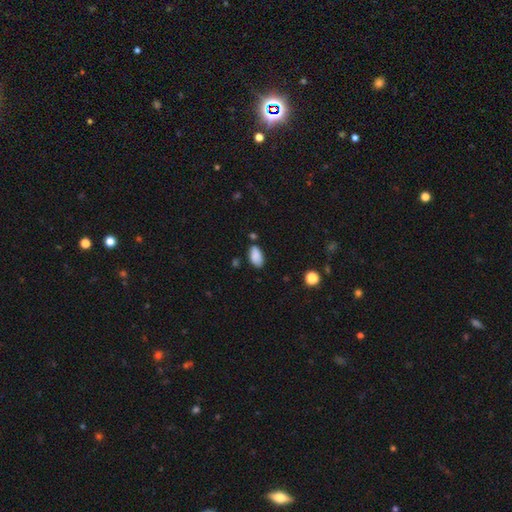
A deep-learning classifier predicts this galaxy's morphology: This appears to be a smooth galaxy with no disk features (87%) that is in between round and cigar-shaped (94%). Merging: none (74%).